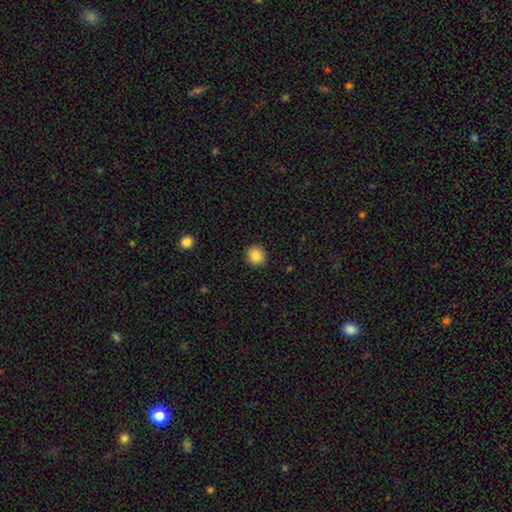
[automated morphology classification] Smooth or featured?
  - smooth: 85% *
  - star or artifact: 10%
  - featured or disk: 5%
How rounded?
  - round: 91% *
  - in between: 8%
  - cigar-shaped: 1%
Merging?
  - none: 92% *
  - minor disturbance: 5%
  - major disturbance: 2%
  - merger: 1%